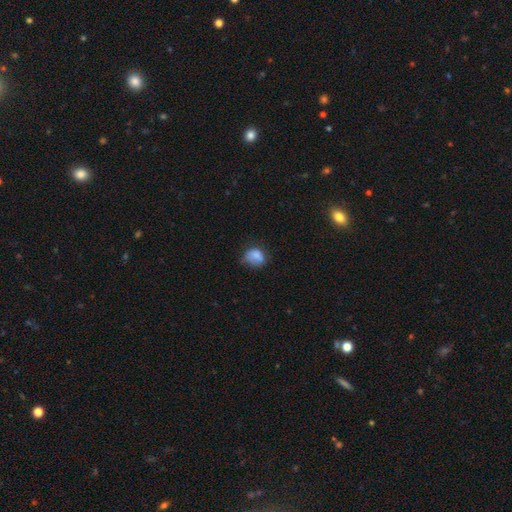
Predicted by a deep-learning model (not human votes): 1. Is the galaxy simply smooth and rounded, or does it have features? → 77% smooth, 13% featured or disk, 10% star or artifact.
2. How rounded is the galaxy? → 56% in between, 42% round, 1% cigar-shaped.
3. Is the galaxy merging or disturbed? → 45% none, 35% minor disturbance, 15% major disturbance, 5% merger.